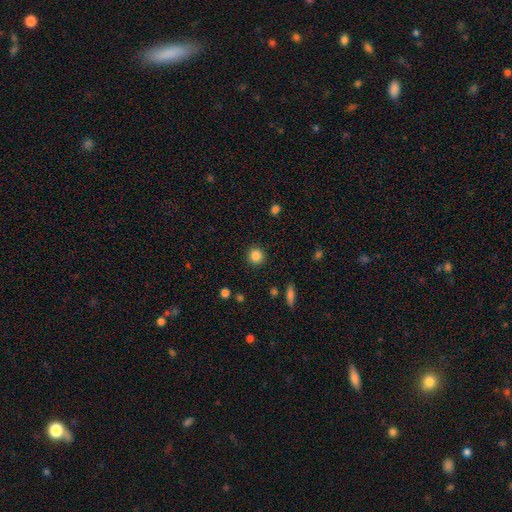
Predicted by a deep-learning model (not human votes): Overall: smooth (86%). How rounded: round (93%). Merging: none (91%).